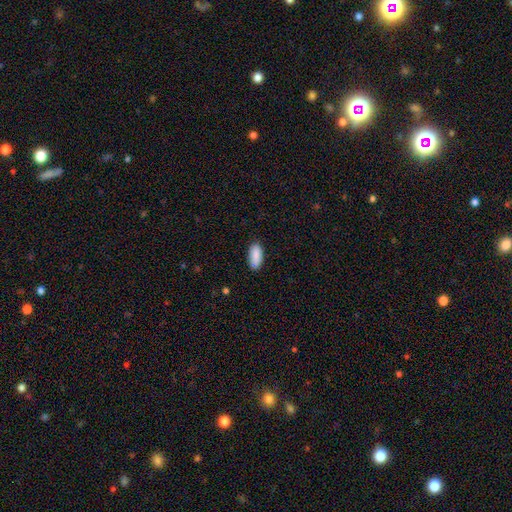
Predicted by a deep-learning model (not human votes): Smooth or featured: smooth — 89% (star or artifact — 6%)
How rounded: in between — 88% (cigar-shaped — 10%)
Merging: none — 82% (minor disturbance — 14%)